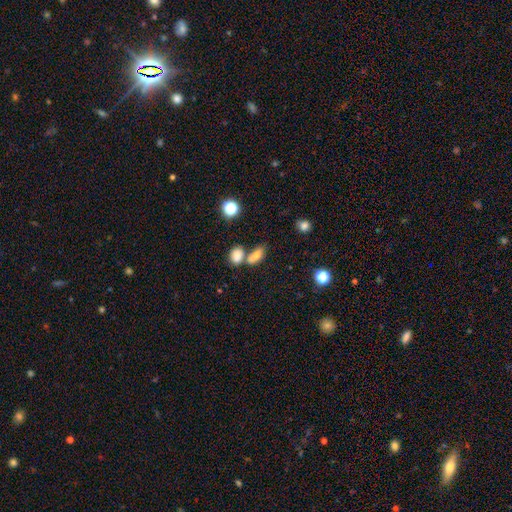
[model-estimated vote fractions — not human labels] Smooth or featured?
  - smooth: 73% *
  - featured or disk: 14%
  - star or artifact: 13%
How rounded?
  - in between: 79% *
  - round: 13%
  - cigar-shaped: 8%
Merging?
  - merger: 47% *
  - none: 38%
  - minor disturbance: 10%
  - major disturbance: 5%